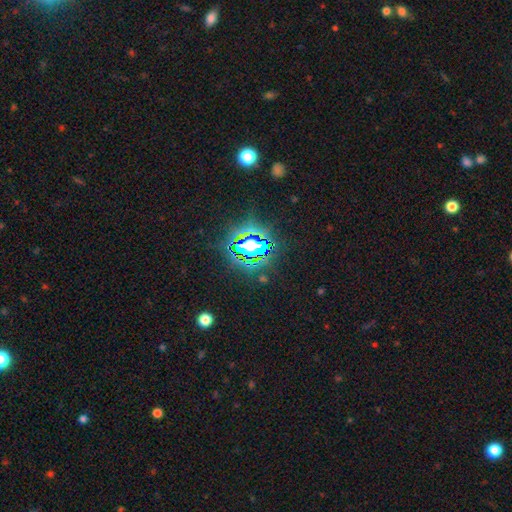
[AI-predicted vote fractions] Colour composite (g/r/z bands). It shows a star or artifact, not a galaxy (70%).